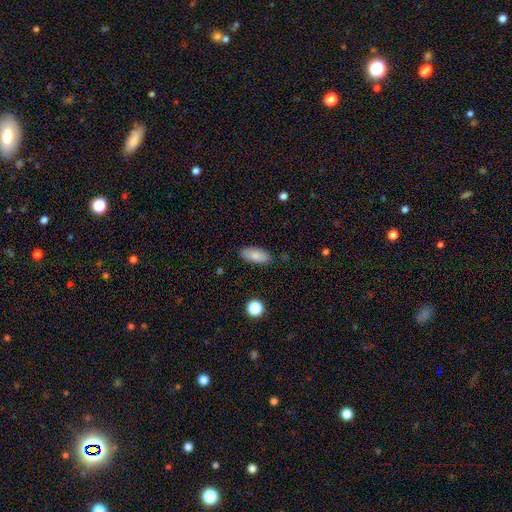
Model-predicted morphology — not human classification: The model was most divided on "merging": none: 84%, minor disturbance: 12%, major disturbance: 3%, merger: 1%. More confident: how rounded — in between (86%); smooth or featured — smooth (84%).